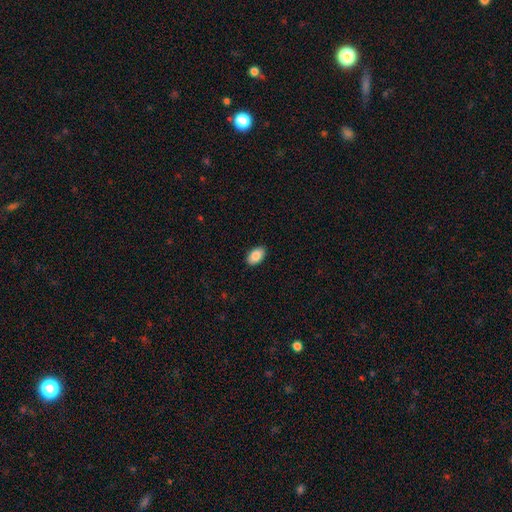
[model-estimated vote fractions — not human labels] Morphology: type=smooth (88%); roundness=in between (93%); merging=none (89%).